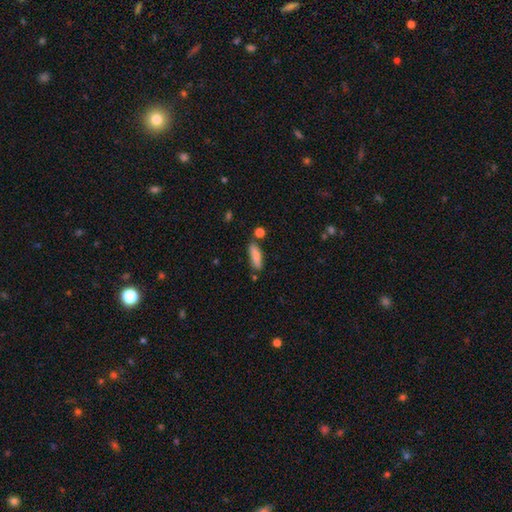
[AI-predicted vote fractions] This appears to be a smooth galaxy with no disk features (84%) that is cigar-shaped (50%). Merging: none (76%).